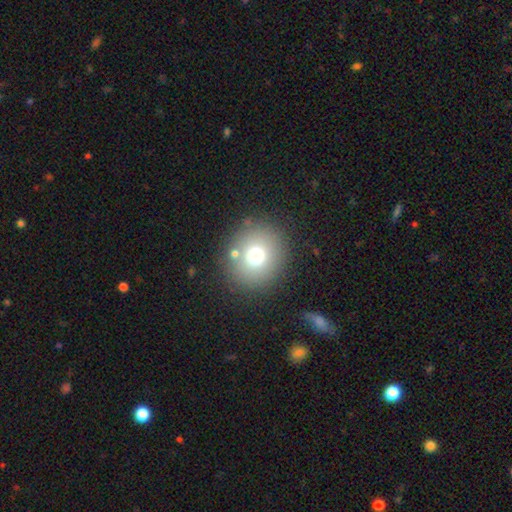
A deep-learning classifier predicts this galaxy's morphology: smooth-or-featured: smooth: 70% | star or artifact: 17% | featured or disk: 13%
  how-rounded: round: 88% | in between: 11% | cigar-shaped: 1%
  merging: none: 83% | minor disturbance: 8% | merger: 5% | major disturbance: 4%